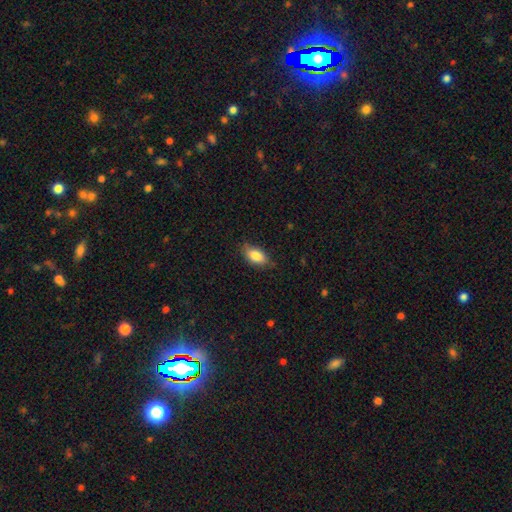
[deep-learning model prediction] A smooth galaxy with no disk features (84%) that is in between round and cigar-shaped (90%).

Vote fractions:
- Smooth or featured? smooth: 84% / featured or disk: 9% / star or artifact: 7%
- How rounded? in between: 90% / cigar-shaped: 5% / round: 5%
- Merging? none: 77% / minor disturbance: 19% / major disturbance: 3% / merger: 1%